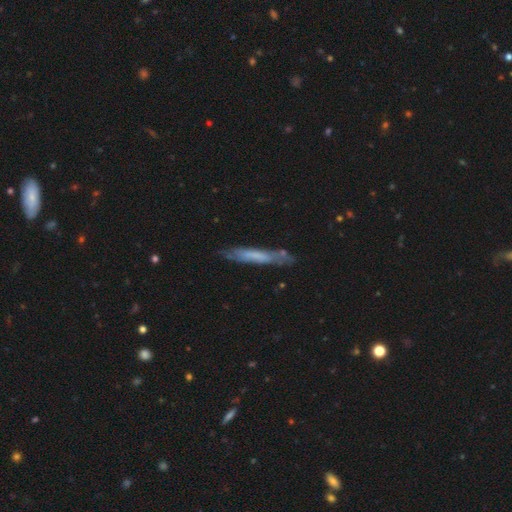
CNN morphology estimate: smooth-or-featured: smooth: 47% | featured or disk: 46% | star or artifact: 7%
  merging: none: 69% | minor disturbance: 21% | major disturbance: 6% | merger: 4%